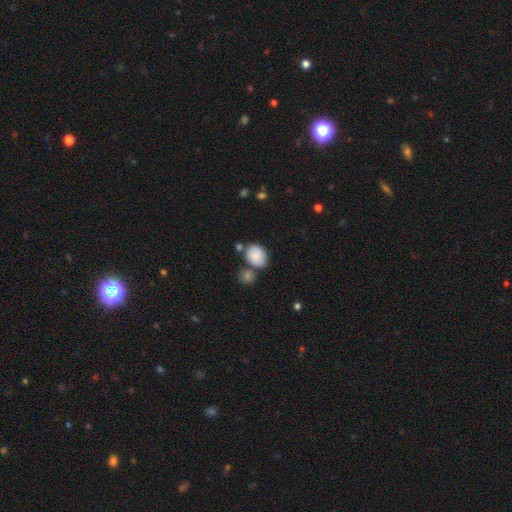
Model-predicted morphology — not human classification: smooth 83%, featured or disk 10%, star or artifact 7%. Down the decision tree: how rounded — in between (64%); merging — none (55%).